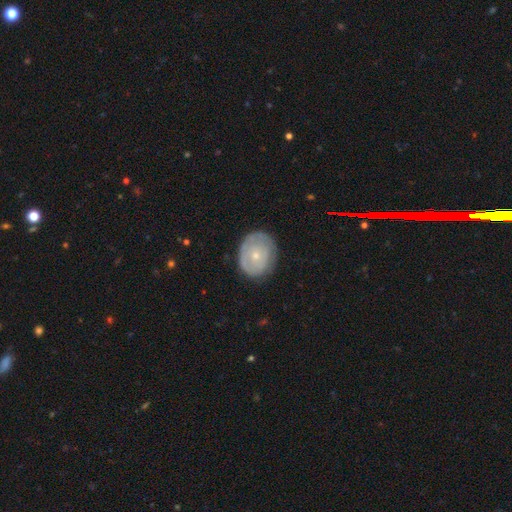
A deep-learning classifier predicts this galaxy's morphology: A featured or disk galaxy (47%, tied with smooth). Merging: none (77%).